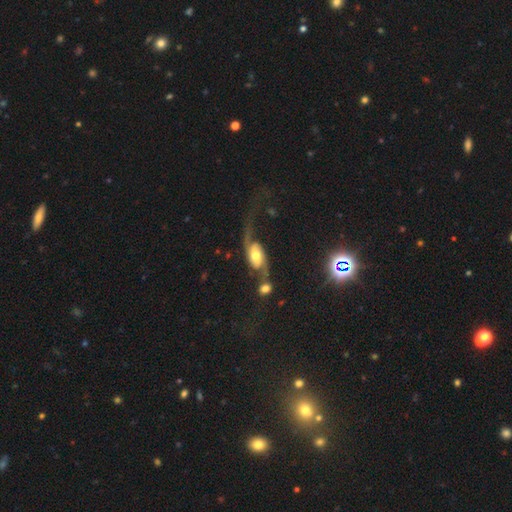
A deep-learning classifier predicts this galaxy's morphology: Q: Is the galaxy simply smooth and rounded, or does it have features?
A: featured or disk — 72%.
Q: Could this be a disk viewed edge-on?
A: no — 93%.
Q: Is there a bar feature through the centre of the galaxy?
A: no — 57%.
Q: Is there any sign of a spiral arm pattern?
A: yes — 91%.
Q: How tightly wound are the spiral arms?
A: loose — 76%.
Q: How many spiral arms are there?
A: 2 — 85%.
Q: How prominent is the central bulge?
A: moderate — 62%.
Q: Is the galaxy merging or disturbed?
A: none — 33%.